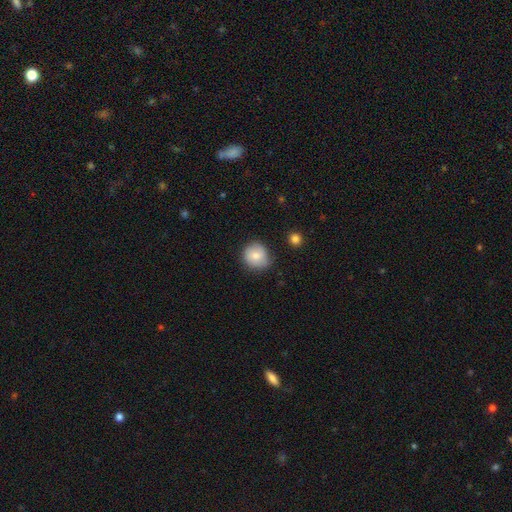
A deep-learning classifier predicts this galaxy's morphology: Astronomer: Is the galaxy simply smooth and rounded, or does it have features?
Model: smooth — 79%.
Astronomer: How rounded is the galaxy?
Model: round — 89%.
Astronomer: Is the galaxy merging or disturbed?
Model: none — 71%.